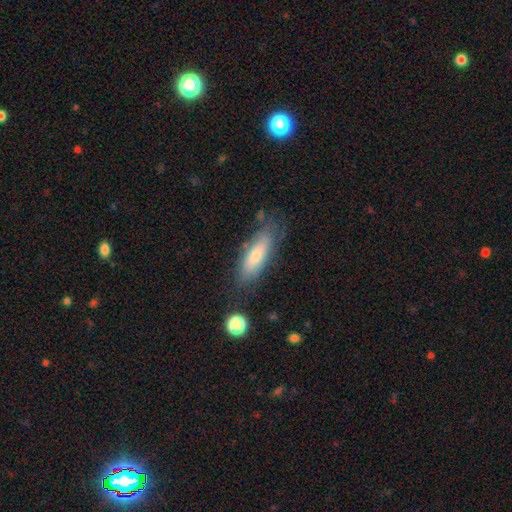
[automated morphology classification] Smooth or featured?
  - smooth: 69% *
  - featured or disk: 24%
  - star or artifact: 7%
How rounded?
  - in between: 56% *
  - cigar-shaped: 42%
  - round: 2%
Merging?
  - none: 71% *
  - minor disturbance: 19%
  - major disturbance: 6%
  - merger: 4%